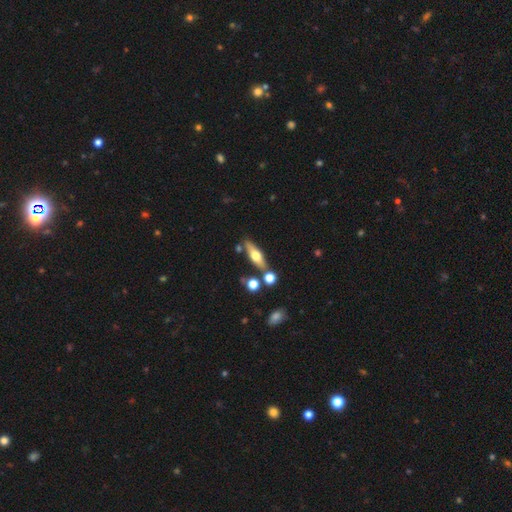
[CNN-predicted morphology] smooth_or_featured: smooth (p=0.49) [alt: featured or disk p=0.44]
merging: none (p=0.72) [alt: minor disturbance p=0.12]